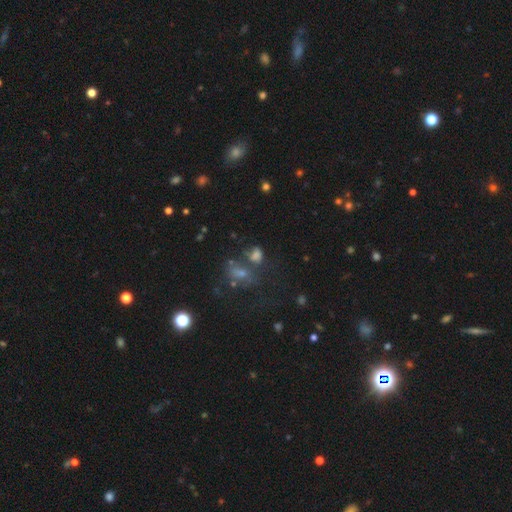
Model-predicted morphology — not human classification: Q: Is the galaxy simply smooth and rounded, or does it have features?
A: smooth — 53%.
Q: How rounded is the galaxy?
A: in between — 64%.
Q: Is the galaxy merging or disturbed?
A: none — 44%.